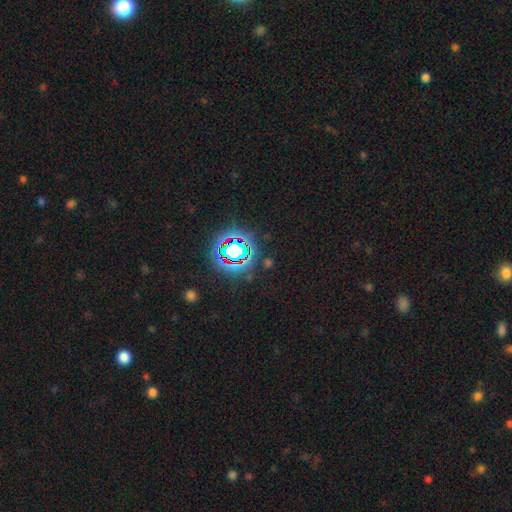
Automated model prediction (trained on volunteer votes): Smooth or featured? Predicted: star or artifact (p=0.82).